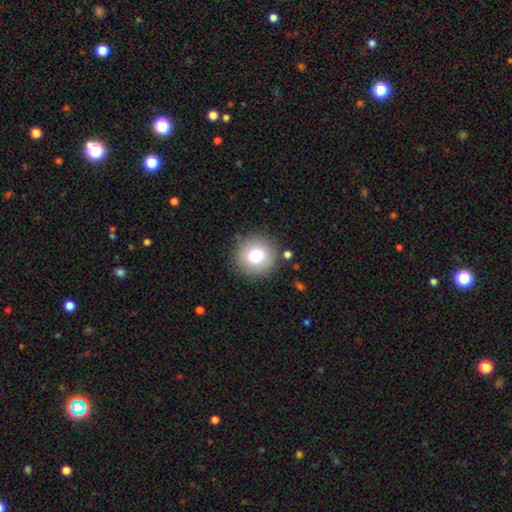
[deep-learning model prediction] A smooth galaxy with no disk features (76%) that is round (94%). Merging: none (87%).